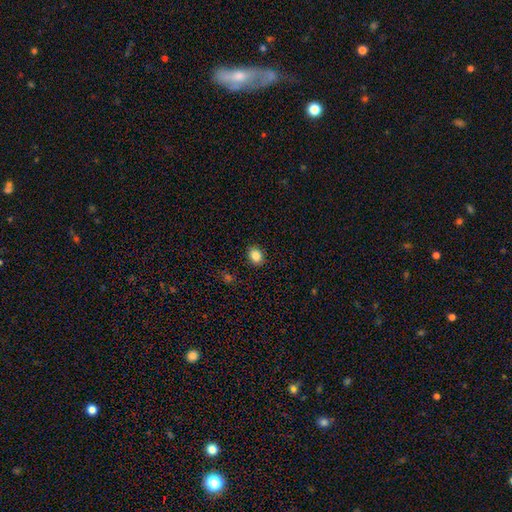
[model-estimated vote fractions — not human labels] smooth_or_featured: smooth (p=0.85) [alt: star or artifact p=0.10]
how_rounded: in between (p=0.53) [alt: round p=0.46]
merging: none (p=0.89) [alt: minor disturbance p=0.08]